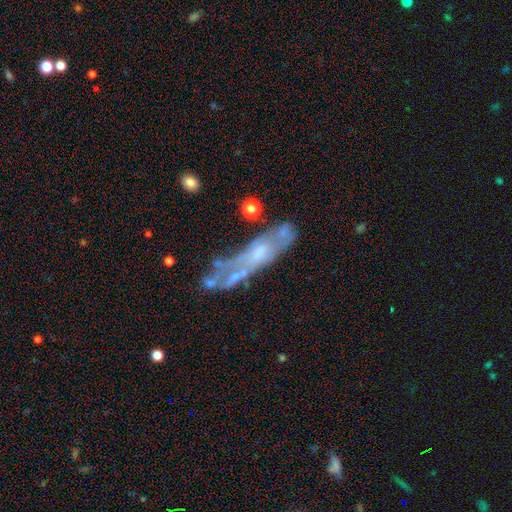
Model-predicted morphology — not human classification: The model was most divided on "edge-on disk": no: 59%, yes: 41%. More confident: smooth or featured — featured or disk (66%); merging — none (50%).